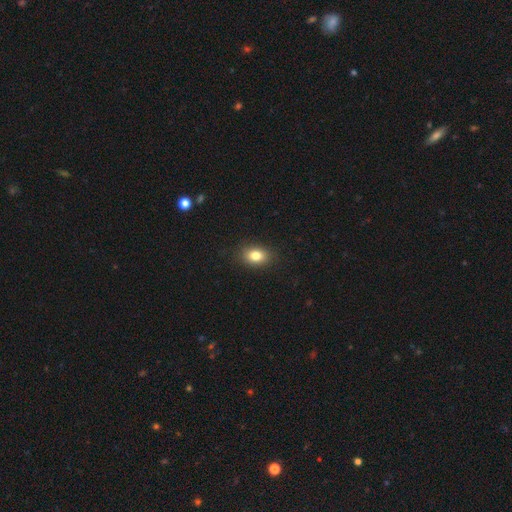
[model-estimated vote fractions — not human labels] This is clearly a smooth galaxy (81%). How rounded: likely in between (74%). Merging: clearly none (87%).